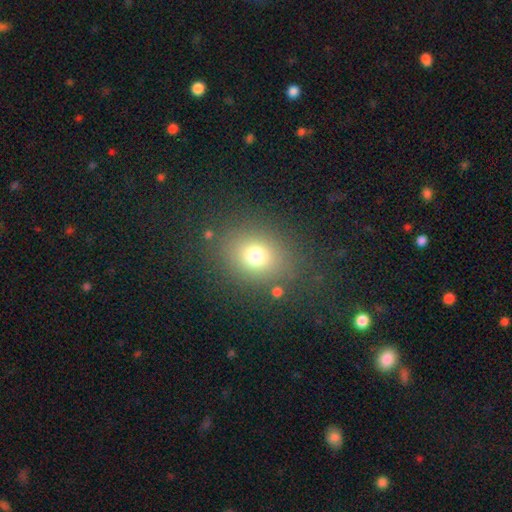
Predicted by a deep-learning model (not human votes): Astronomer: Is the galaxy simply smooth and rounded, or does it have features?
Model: smooth — 74%.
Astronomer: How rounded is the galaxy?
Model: round — 58% (runner-up: in between, 41%).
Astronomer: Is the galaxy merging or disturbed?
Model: none — 81%.